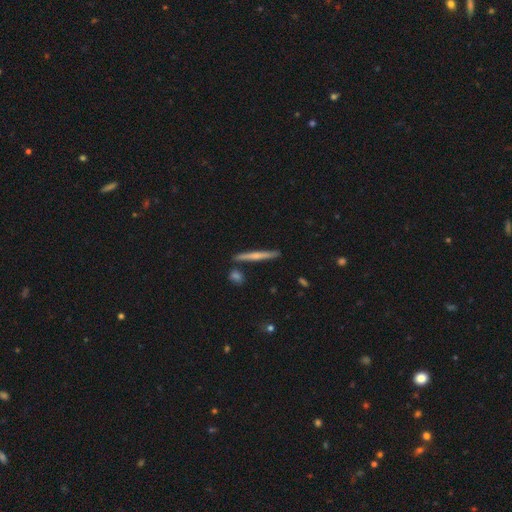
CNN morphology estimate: smooth-or-featured: smooth: 49% | featured or disk: 45% | star or artifact: 6%
  merging: none: 87% | minor disturbance: 7% | merger: 4% | major disturbance: 2%